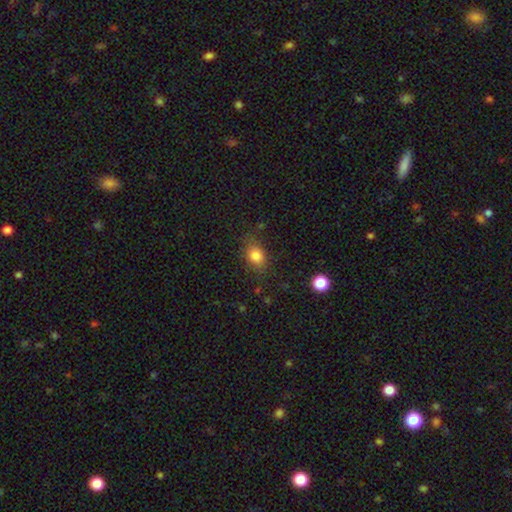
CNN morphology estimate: smooth-or-featured: smooth: 82% | star or artifact: 11% | featured or disk: 7%
  how-rounded: in between: 61% | round: 37% | cigar-shaped: 2%
  merging: none: 77% | minor disturbance: 16% | major disturbance: 5% | merger: 2%